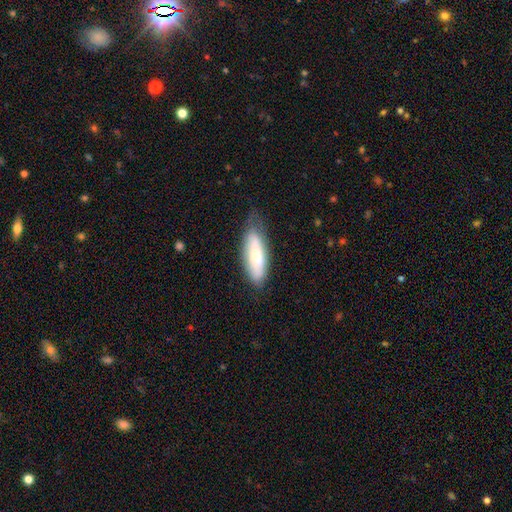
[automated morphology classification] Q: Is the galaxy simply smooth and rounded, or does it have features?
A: smooth — 67%.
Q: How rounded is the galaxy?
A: in between — 58%.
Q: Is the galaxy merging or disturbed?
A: none — 63%.